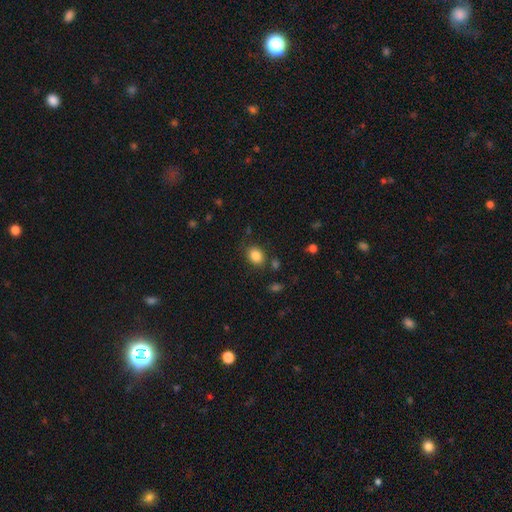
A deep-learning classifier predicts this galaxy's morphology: A smooth galaxy with no disk features (85%) that is in between round and cigar-shaped (63%). Merging: none (80%).